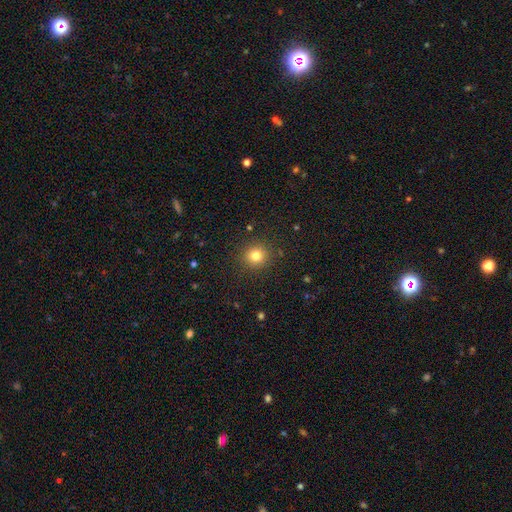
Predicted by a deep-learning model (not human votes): This appears to be a smooth galaxy with no disk features (79%) that is round (92%). Merging: none (90%).